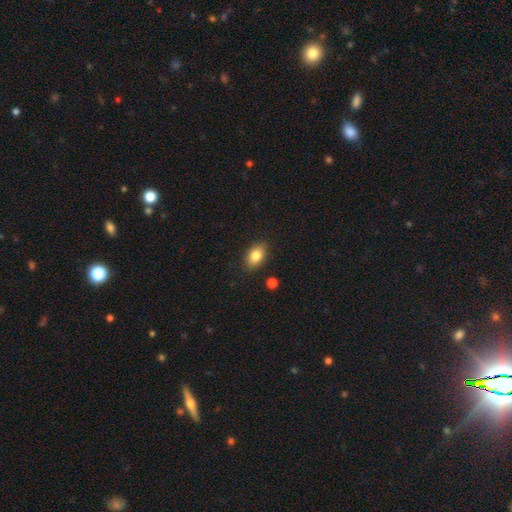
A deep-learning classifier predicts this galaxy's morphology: A smooth galaxy with no disk features (83%) that is in between round and cigar-shaped (87%).

Vote fractions:
- Smooth or featured? smooth: 83% / featured or disk: 9% / star or artifact: 8%
- How rounded? in between: 87% / round: 11% / cigar-shaped: 3%
- Merging? none: 86% / minor disturbance: 10% / major disturbance: 2% / merger: 2%